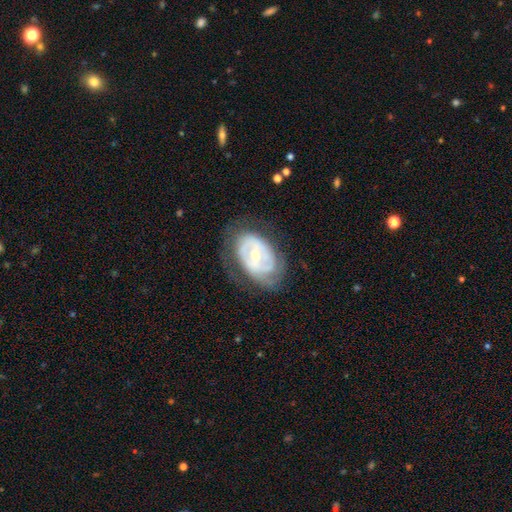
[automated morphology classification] smooth-or-featured: featured or disk: 75% | smooth: 19% | star or artifact: 6%
  disk-edge-on: no: 96% | yes: 4%
    bar: weak: 46% | no: 31% | strong: 23%
    has-spiral-arms: yes: 69% | no: 31%
    bulge-size: moderate: 49% | small: 45% | large: 3% | none: 2% | dominant: 1%
  merging: none: 60% | minor disturbance: 24% | major disturbance: 15% | merger: 1%